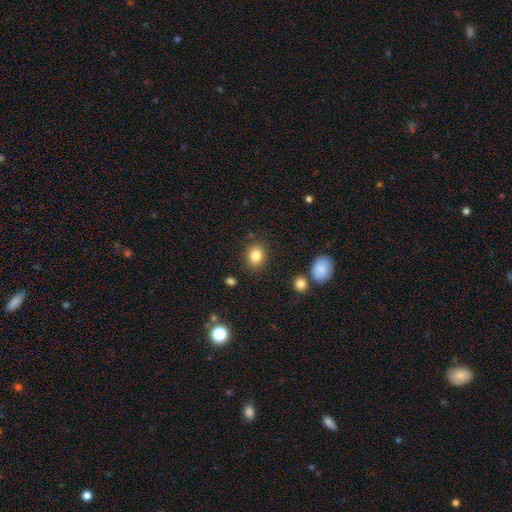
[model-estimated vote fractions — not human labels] Smooth or featured: smooth — 84% (star or artifact — 9%)
How rounded: in between — 53% (round — 46%)
Merging: none — 86% (minor disturbance — 9%)